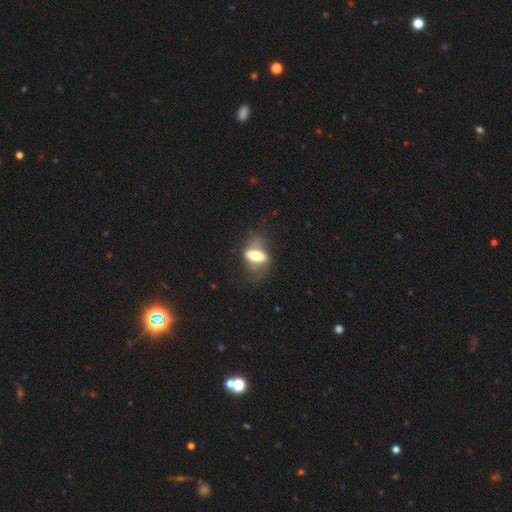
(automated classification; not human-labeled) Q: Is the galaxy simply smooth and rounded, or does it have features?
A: featured or disk — 52%.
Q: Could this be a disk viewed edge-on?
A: no — 63%.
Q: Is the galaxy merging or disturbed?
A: none — 53%.